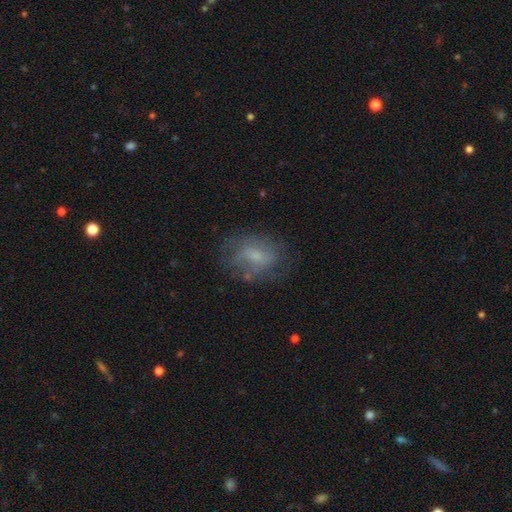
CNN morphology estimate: Smooth or featured? featured or disk (51%)
Edge-on disk? no (96%)
Merging? none (63%)